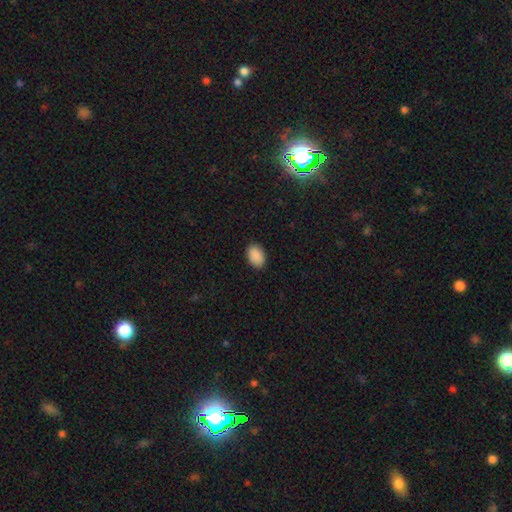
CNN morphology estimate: This appears to be a smooth galaxy with no disk features (90%) that is in between round and cigar-shaped (87%). Merging: none (89%).